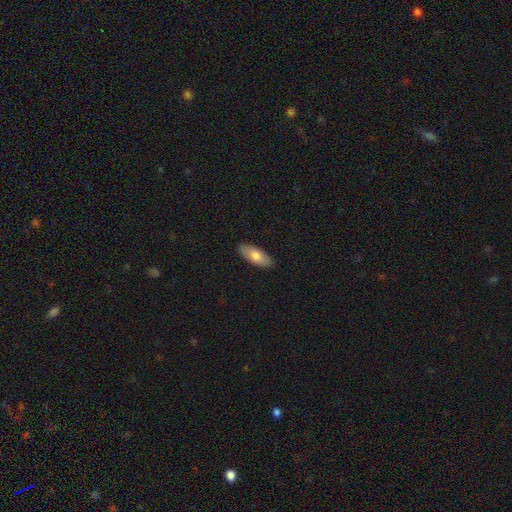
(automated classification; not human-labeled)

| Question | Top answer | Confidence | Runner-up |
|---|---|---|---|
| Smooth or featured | smooth | 74% | featured or disk (21%) |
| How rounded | in between | 81% | cigar-shaped (17%) |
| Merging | none | 90% | minor disturbance (8%) |